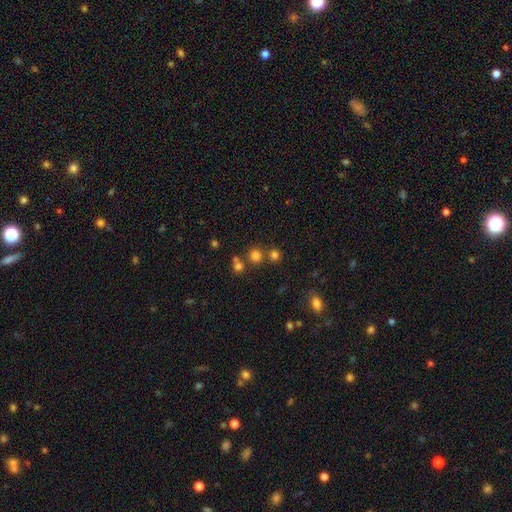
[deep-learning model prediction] Smooth or featured?
  - smooth: 72% *
  - star or artifact: 21%
  - featured or disk: 7%
How rounded?
  - round: 89% *
  - in between: 10%
  - cigar-shaped: 1%
Merging?
  - none: 69% *
  - merger: 20%
  - minor disturbance: 7%
  - major disturbance: 3%